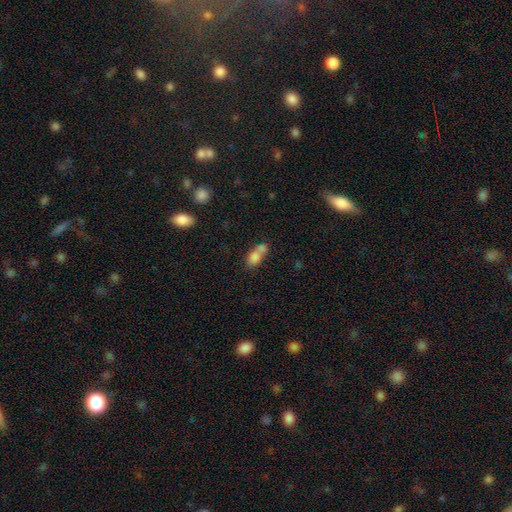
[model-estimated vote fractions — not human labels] smooth_or_featured: smooth (p=0.76) [alt: featured or disk p=0.14]
how_rounded: in between (p=0.76) [alt: round p=0.16]
merging: merger (p=0.55) [alt: none p=0.28]